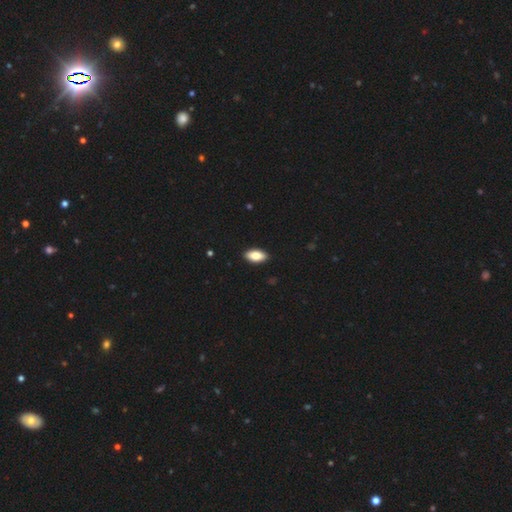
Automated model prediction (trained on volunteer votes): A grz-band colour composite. It shows a smooth galaxy with no disk features (81%) that is in between round and cigar-shaped (90%). Merging: none (91%).